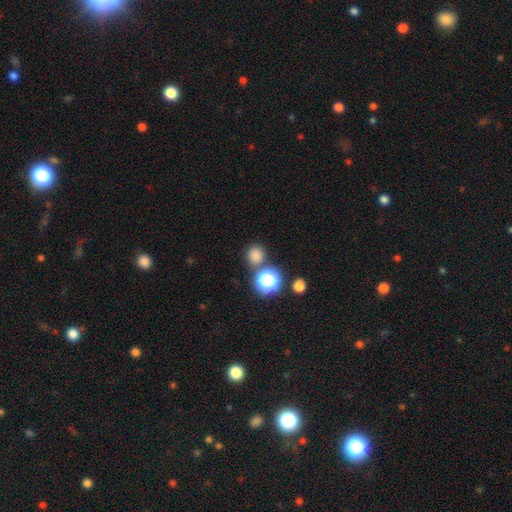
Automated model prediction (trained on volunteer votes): Smooth or featured? smooth (77%)
How rounded? round (88%)
Merging? none (77%)